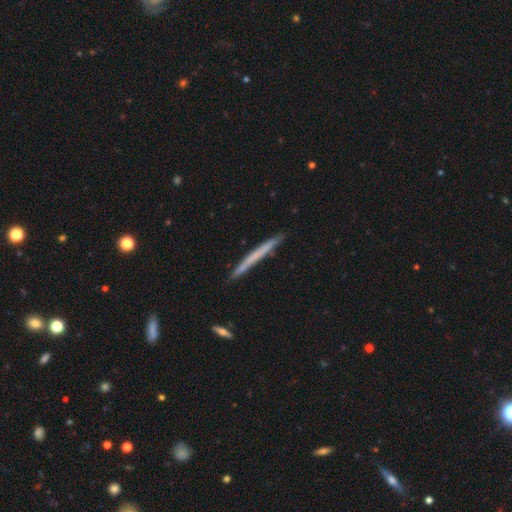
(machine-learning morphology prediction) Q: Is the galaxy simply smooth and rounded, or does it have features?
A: smooth — 54%.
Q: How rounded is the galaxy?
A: cigar-shaped — 97%.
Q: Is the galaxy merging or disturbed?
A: none — 89%.